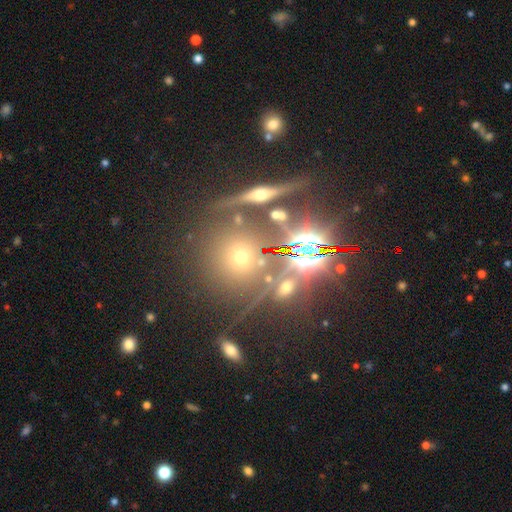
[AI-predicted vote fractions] Smooth or featured? star or artifact (60%)